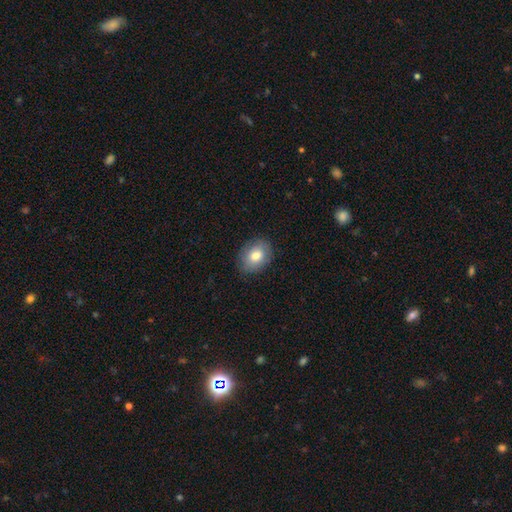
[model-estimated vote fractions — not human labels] A smooth galaxy with no disk features (79%) that is in between round and cigar-shaped (65%). Merging: none (84%).